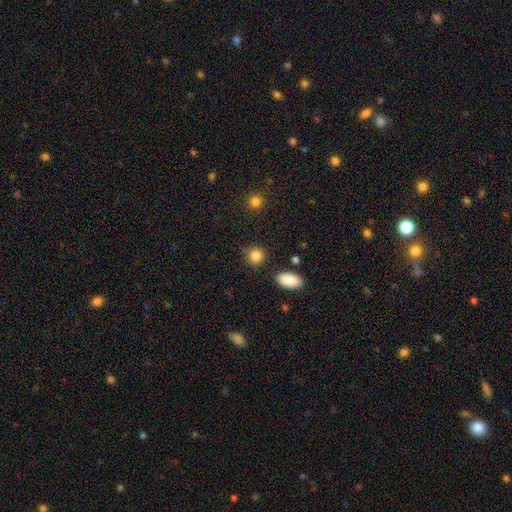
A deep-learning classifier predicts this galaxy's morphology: The model was most divided on "how rounded": round: 84%, in between: 15%, cigar-shaped: 1%. More confident: smooth or featured — smooth (85%); merging — none (81%).